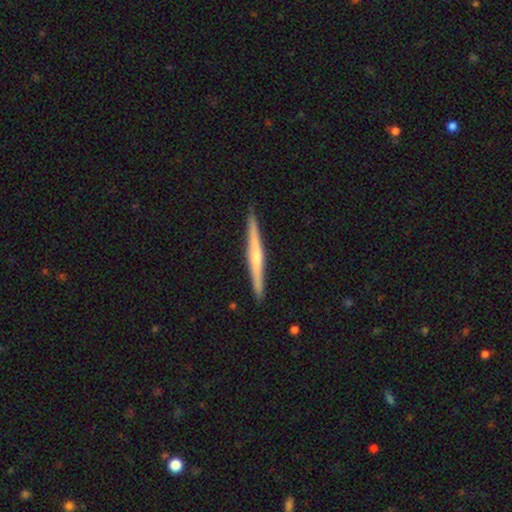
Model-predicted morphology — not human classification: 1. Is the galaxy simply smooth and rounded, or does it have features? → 65% featured or disk, 30% smooth, 5% star or artifact.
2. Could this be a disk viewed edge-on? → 98% yes, 2% no.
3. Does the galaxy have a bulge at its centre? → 55% rounded, 34% none, 11% boxy.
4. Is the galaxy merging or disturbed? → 92% none, 6% minor disturbance, 1% major disturbance, 1% merger.